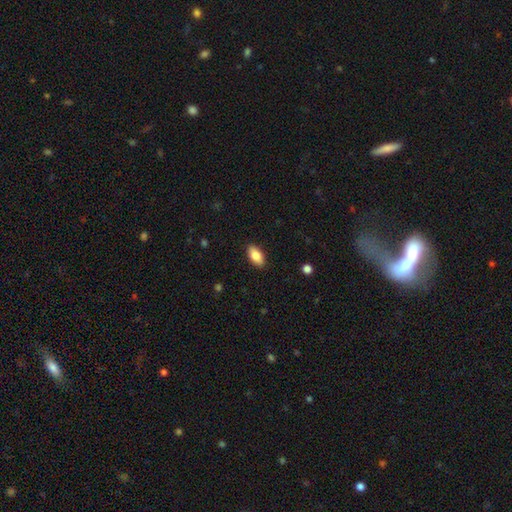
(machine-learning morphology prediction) This appears to be a smooth galaxy with no disk features (84%) that is in between round and cigar-shaped (92%). Merging: none (89%).